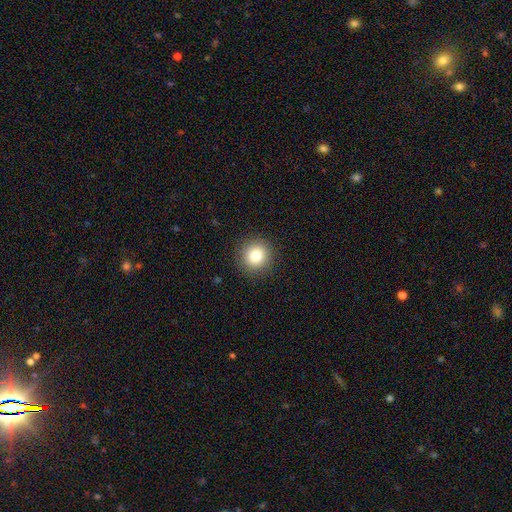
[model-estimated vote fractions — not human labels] A smooth galaxy with no disk features (82%) that is round (93%). Merging: none (90%).